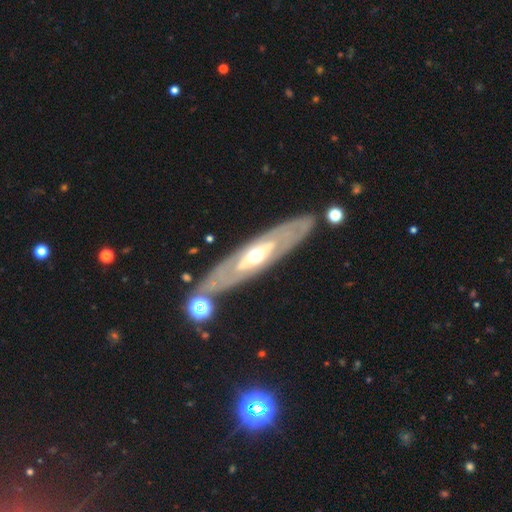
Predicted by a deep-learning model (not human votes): smooth-or-featured: featured or disk: 74% | smooth: 21% | star or artifact: 5%
  disk-edge-on: no: 64% | yes: 36%
  merging: none: 80% | minor disturbance: 12% | major disturbance: 4% | merger: 4%